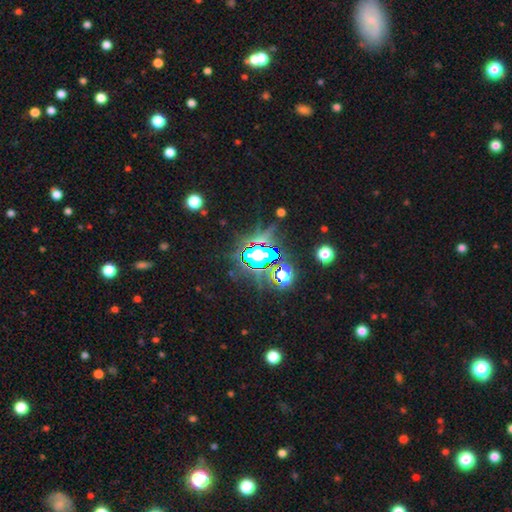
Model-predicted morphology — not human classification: Smooth or featured: star or artifact — 80% (smooth — 12%)